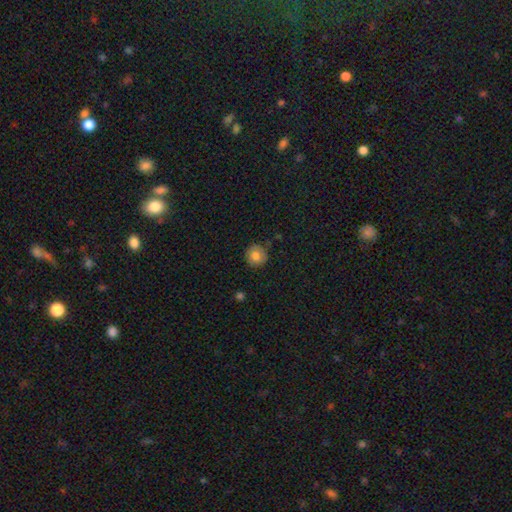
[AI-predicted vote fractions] This is likely a smooth galaxy (80%). How rounded: clearly round (92%). Merging: clearly none (85%).